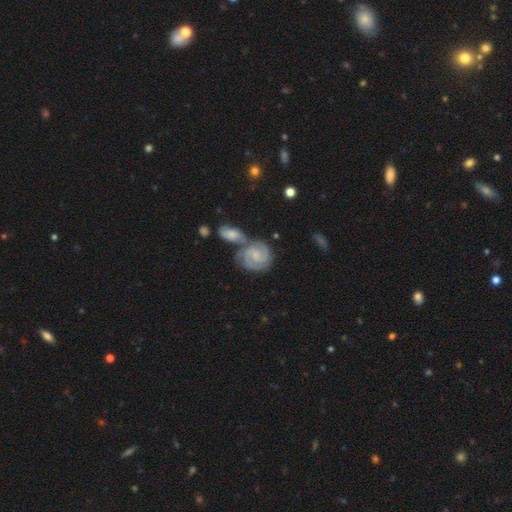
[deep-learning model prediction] Smooth or featured? featured or disk (83%)
Edge-on disk? no (98%)
Bar? no (55%)
Spiral arms? yes (97%)
Spiral winding? tight (60%)
Spiral arm count? 2 (73%)
Bulge size? small (48%)
Merging? merger (47%)